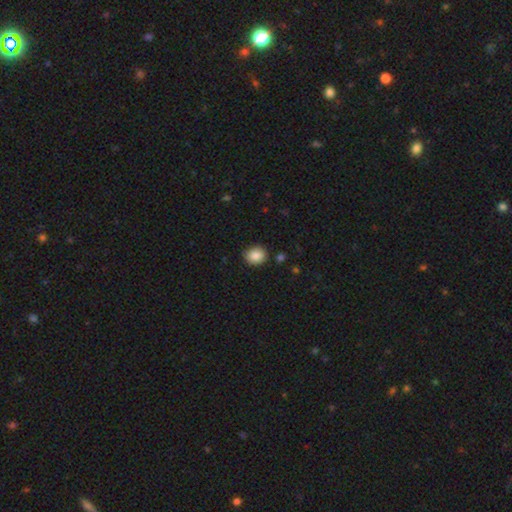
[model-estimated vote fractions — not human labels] Overall: smooth (87%). How rounded: round (68%; in between 31%). Merging: none (87%).